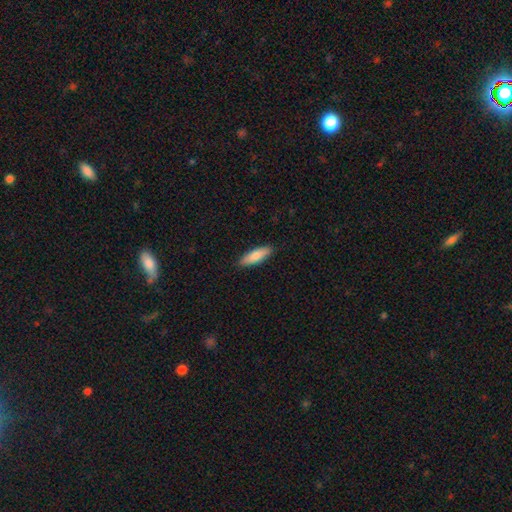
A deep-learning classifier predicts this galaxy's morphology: type=smooth (82%); roundness=cigar-shaped (50%); merging=none (89%).